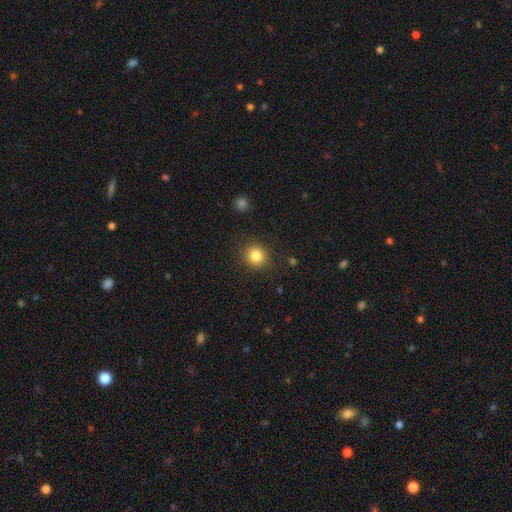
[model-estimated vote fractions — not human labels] A smooth galaxy with no disk features (84%) that is round (88%). Merging: none (88%).